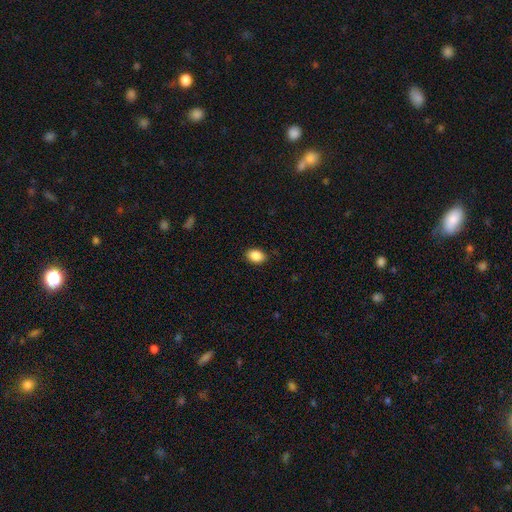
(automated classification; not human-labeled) Smooth or featured? smooth (88%)
How rounded? in between (78%)
Merging? none (88%)